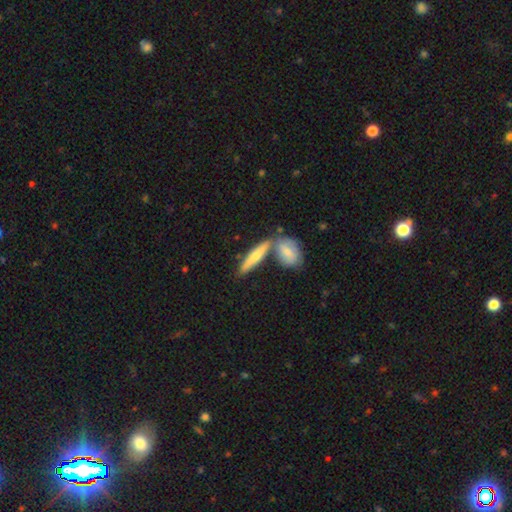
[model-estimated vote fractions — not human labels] The model was most divided on "merging": none: 55%, merger: 31%, minor disturbance: 10%, major disturbance: 3%. More confident: how rounded — cigar-shaped (74%); smooth or featured — smooth (60%).